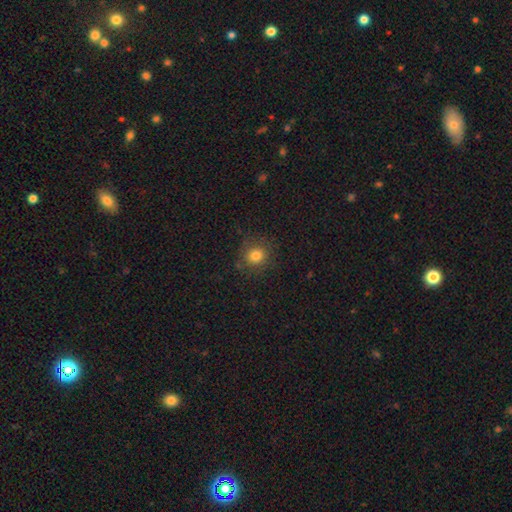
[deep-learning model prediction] smooth_or_featured: smooth (p=0.80) [alt: star or artifact p=0.13]
how_rounded: round (p=0.84) [alt: in between p=0.15]
merging: none (p=0.82) [alt: minor disturbance p=0.12]